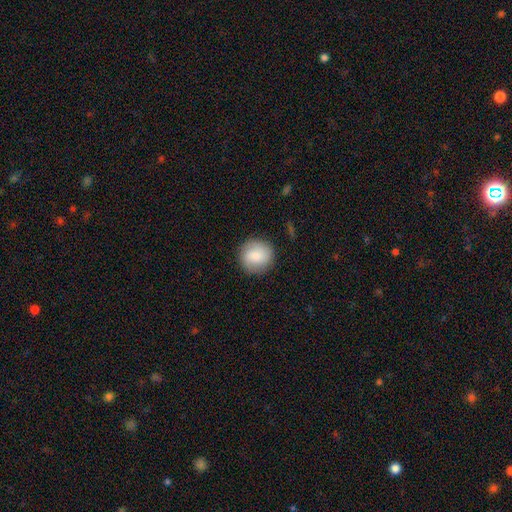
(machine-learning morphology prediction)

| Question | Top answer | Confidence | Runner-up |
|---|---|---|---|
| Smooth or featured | smooth | 79% | featured or disk (14%) |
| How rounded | round | 93% | in between (6%) |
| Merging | none | 88% | minor disturbance (9%) |